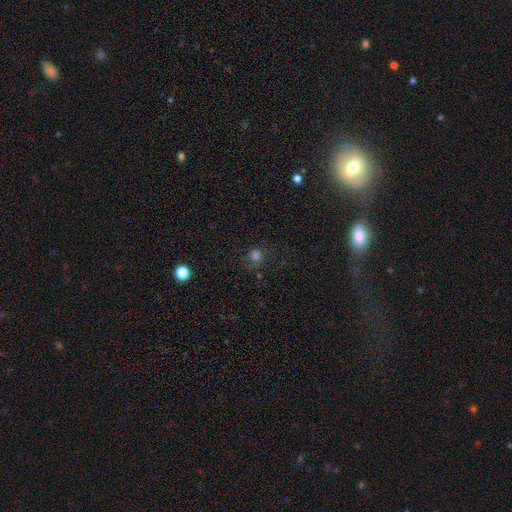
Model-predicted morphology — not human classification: Overall: smooth (72%). How rounded: round (86%). Merging: none (73%).